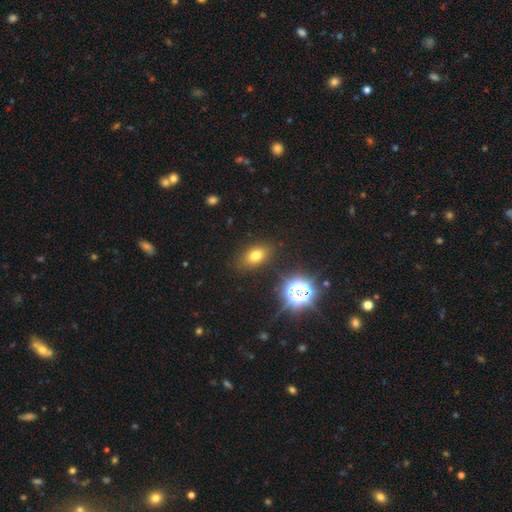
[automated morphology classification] type=smooth (69%); roundness=in between (75%); merging=none (84%).